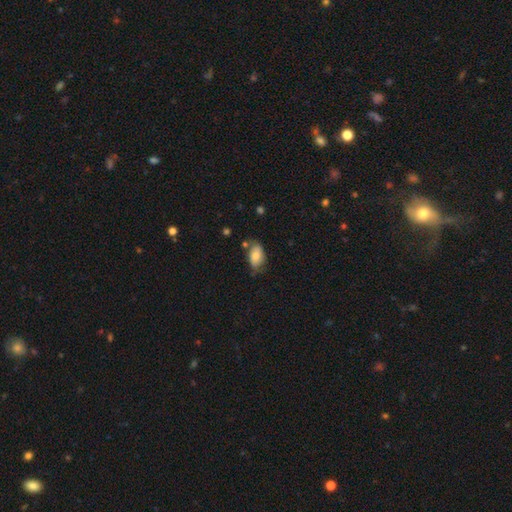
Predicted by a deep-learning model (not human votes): Morphology: type=smooth (77%); roundness=in between (93%); merging=none (63%).